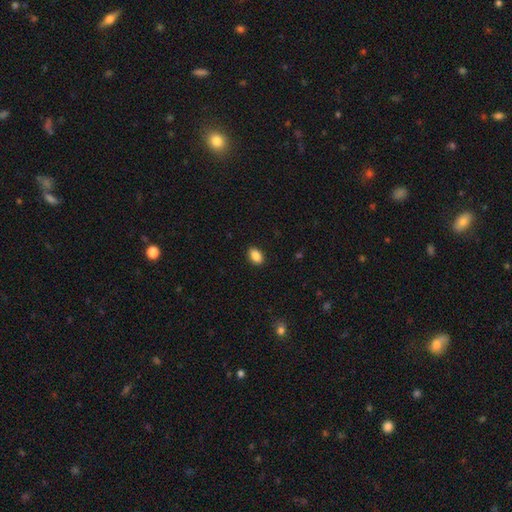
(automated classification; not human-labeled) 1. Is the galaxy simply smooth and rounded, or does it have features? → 88% smooth, 8% star or artifact, 4% featured or disk.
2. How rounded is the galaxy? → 86% in between, 13% round, 2% cigar-shaped.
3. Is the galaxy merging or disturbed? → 89% none, 8% minor disturbance, 2% major disturbance, 1% merger.